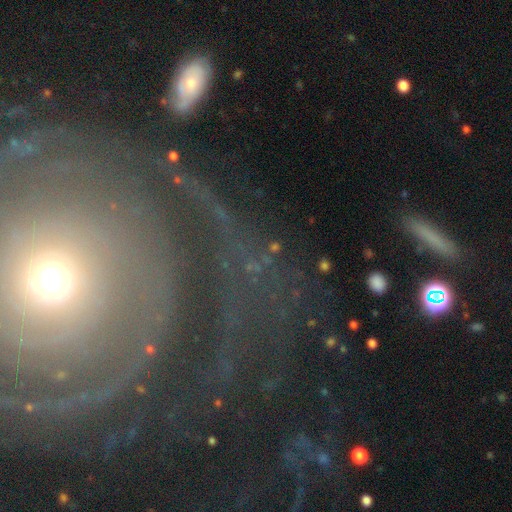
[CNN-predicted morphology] Smooth or featured: featured or disk — 67% (smooth — 19%)
Edge-on disk: no — 89% (yes — 11%)
Bar: no — 72% (weak — 17%)
Spiral arms: yes — 76% (no — 24%)
Bulge size: small — 47% (moderate — 42%)
Merging: none — 64% (major disturbance — 18%)